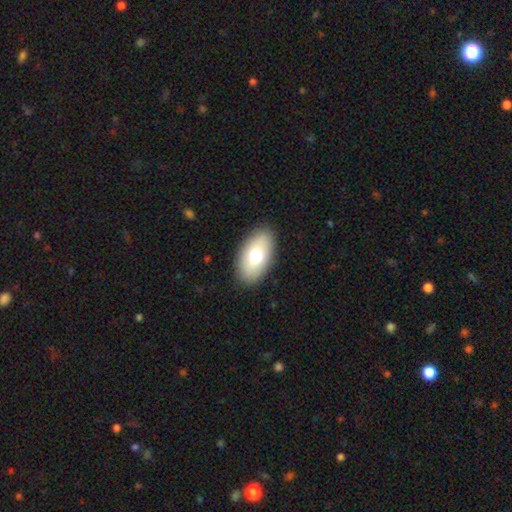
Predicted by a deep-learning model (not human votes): Smooth or featured? smooth (71%)
How rounded? in between (93%)
Merging? none (88%)